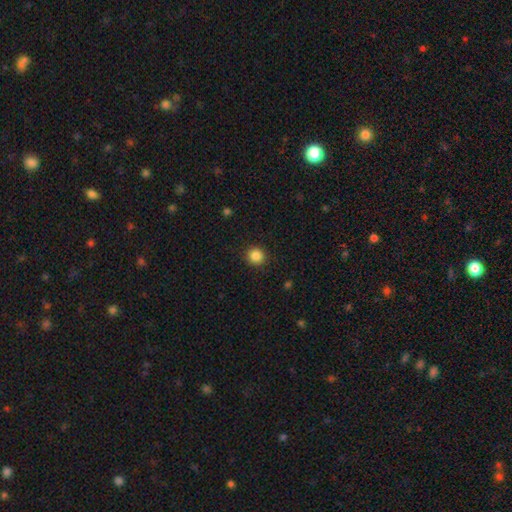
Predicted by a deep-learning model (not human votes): Overall: smooth (86%). How rounded: round (93%). Merging: none (92%).